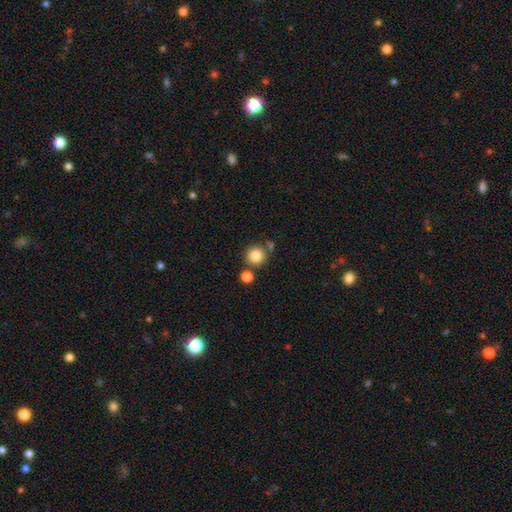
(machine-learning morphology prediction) Smooth or featured: smooth — 84% (star or artifact — 10%)
How rounded: round — 94% (in between — 5%)
Merging: none — 75% (merger — 14%)